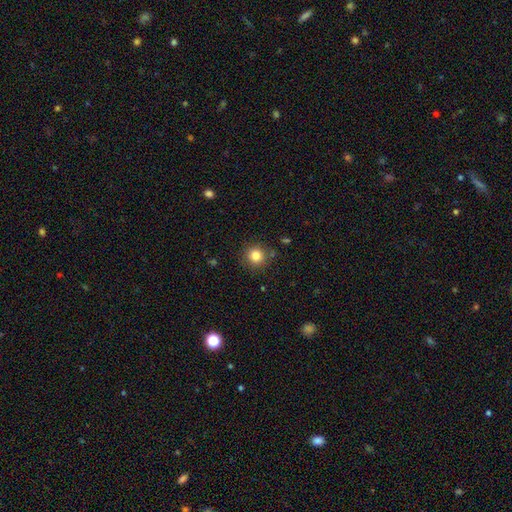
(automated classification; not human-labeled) A smooth galaxy with no disk features (83%) that is round (94%).

Vote fractions:
- Smooth or featured? smooth: 83% / star or artifact: 12% / featured or disk: 6%
- How rounded? round: 94% / in between: 5% / cigar-shaped: 1%
- Merging? none: 87% / minor disturbance: 8% / major disturbance: 3% / merger: 2%